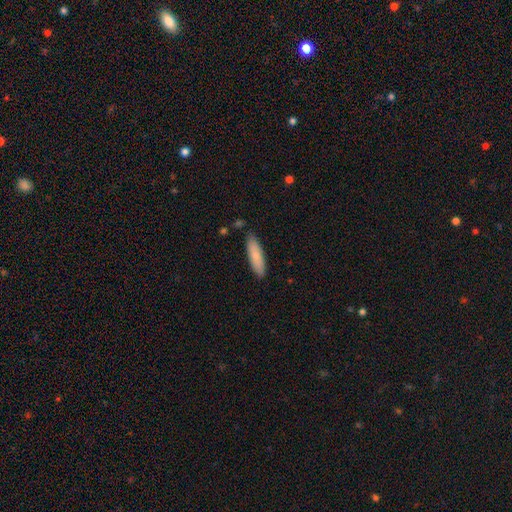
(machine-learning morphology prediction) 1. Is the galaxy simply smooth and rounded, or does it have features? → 84% smooth, 10% featured or disk, 6% star or artifact.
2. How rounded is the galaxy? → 66% cigar-shaped, 33% in between, 1% round.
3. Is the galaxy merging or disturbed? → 86% none, 10% minor disturbance, 2% merger, 2% major disturbance.